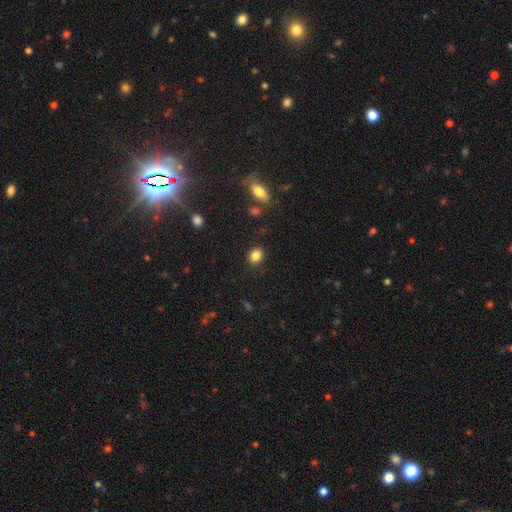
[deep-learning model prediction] This is clearly a smooth galaxy (85%). How rounded: possibly round (56%). Merging: clearly none (86%).